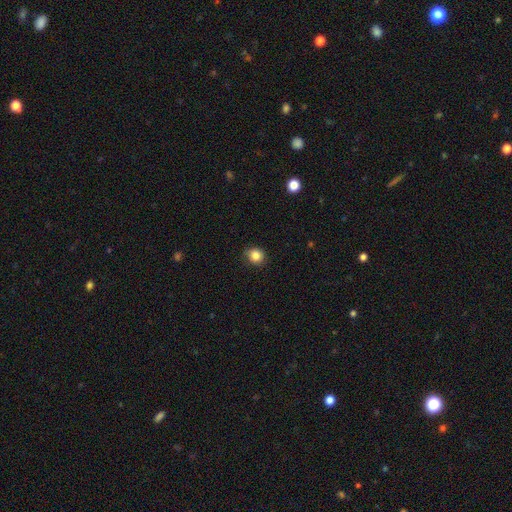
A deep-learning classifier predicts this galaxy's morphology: Smooth or featured?
  - smooth: 85% *
  - star or artifact: 10%
  - featured or disk: 5%
How rounded?
  - round: 85% *
  - in between: 14%
  - cigar-shaped: 1%
Merging?
  - none: 81% *
  - minor disturbance: 16%
  - major disturbance: 3%
  - merger: 1%